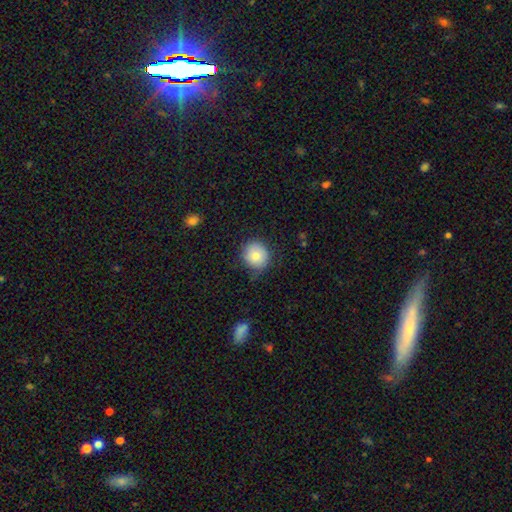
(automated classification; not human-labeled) A smooth galaxy with no disk features (78%) that is round (85%).

Vote fractions:
- Smooth or featured? smooth: 78% / featured or disk: 13% / star or artifact: 9%
- How rounded? round: 85% / in between: 14% / cigar-shaped: 1%
- Merging? none: 74% / minor disturbance: 20% / major disturbance: 5% / merger: 1%